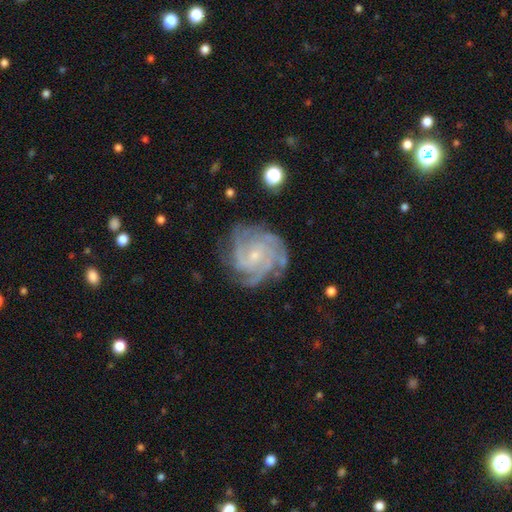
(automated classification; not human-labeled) A featured or disk galaxy (89%) with no bar (67%), 4 (31%) tight (65%) spiral arms (98%) and a small central bulge (77%).

Vote fractions:
- Smooth or featured? featured or disk: 89% / star or artifact: 6% / smooth: 5%
- Edge-on disk? no: 98% / yes: 2%
- Bar? no: 67% / weak: 27% / strong: 6%
- Spiral arms? yes: 98% / no: 2%
- Spiral winding? tight: 65% / medium: 30% / loose: 5%
- Spiral arm count? 4: 31% / 3: 30% / can't tell: 16% / 2: 10% / more than 4: 7% / 1: 6%
- Bulge size? small: 77% / moderate: 18% / none: 3% / large: 1% / dominant: 1%
- Merging? none: 72% / minor disturbance: 18% / major disturbance: 8% / merger: 2%